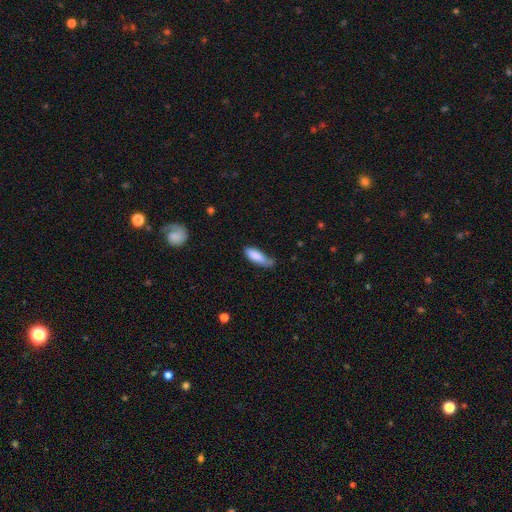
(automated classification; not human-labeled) Smooth or featured? smooth (84%)
How rounded? in between (65%)
Merging? none (44%)